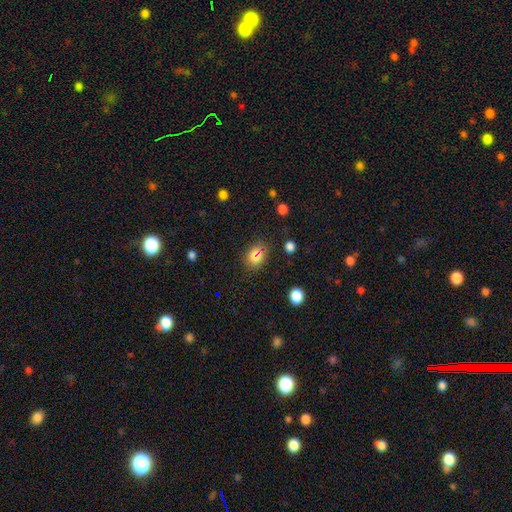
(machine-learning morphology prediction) Smooth or featured?
  - smooth: 71% *
  - star or artifact: 20%
  - featured or disk: 9%
How rounded?
  - in between: 59% *
  - round: 38%
  - cigar-shaped: 2%
Merging?
  - none: 73% *
  - minor disturbance: 14%
  - merger: 9%
  - major disturbance: 5%